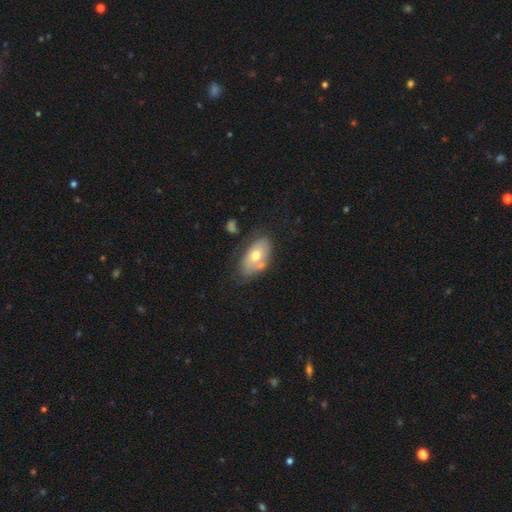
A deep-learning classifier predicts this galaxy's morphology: This appears to be a smooth galaxy with no disk features (57%) that is in between round and cigar-shaped (92%). Merging: none (54%).